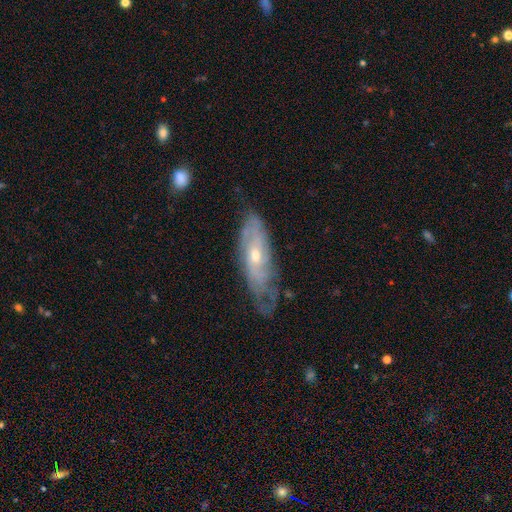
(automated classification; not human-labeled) Q: Smooth or featured?
A: featured or disk (73%); runner-up: smooth (21%)
Q: Edge-on disk?
A: no (79%); runner-up: yes (21%)
Q: Bar?
A: no (71%); runner-up: weak (24%)
Q: Spiral arms?
A: yes (78%); runner-up: no (22%)
Q: Bulge size?
A: small (49%); runner-up: moderate (48%)
Q: Merging?
A: none (59%); runner-up: minor disturbance (29%)